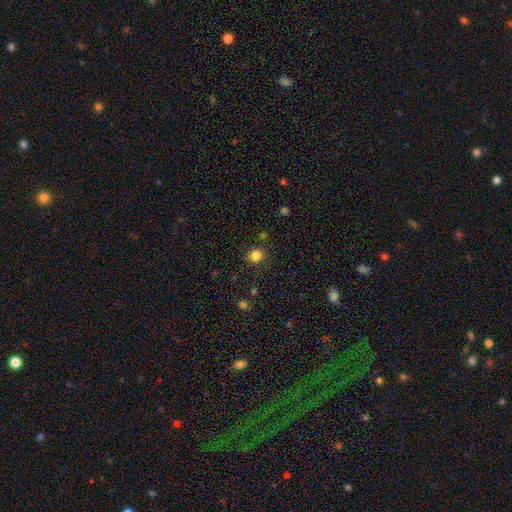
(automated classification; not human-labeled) Morphology: type=smooth (84%); roundness=round (83%); merging=none (87%).